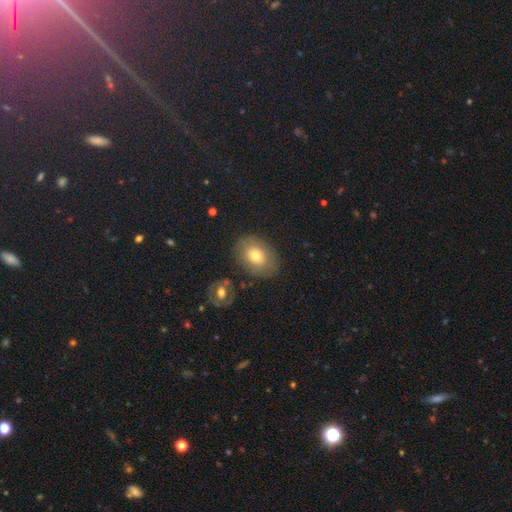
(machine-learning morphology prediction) Overall: smooth (71%). How rounded: in between (75%). Merging: none (77%).